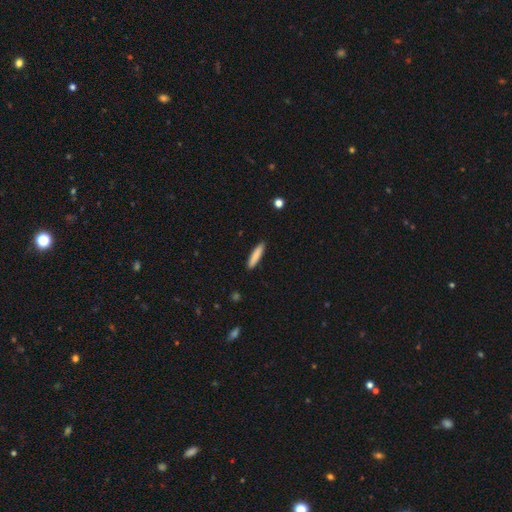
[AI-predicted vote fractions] Smooth or featured: smooth — 84% (featured or disk — 10%)
How rounded: cigar-shaped — 87% (in between — 12%)
Merging: none — 90% (minor disturbance — 7%)